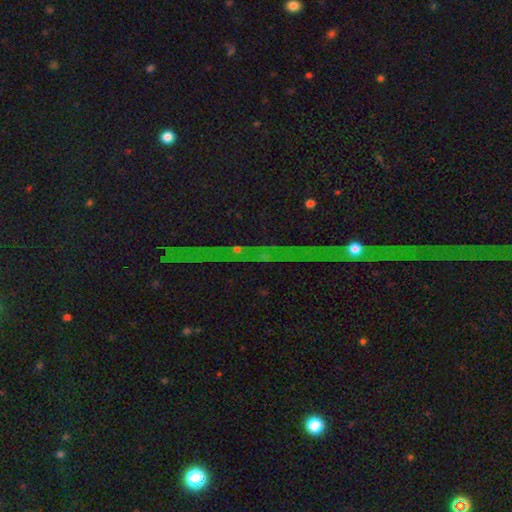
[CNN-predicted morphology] The model was most divided on "smooth or featured": star or artifact: 78%, featured or disk: 13%, smooth: 9%.